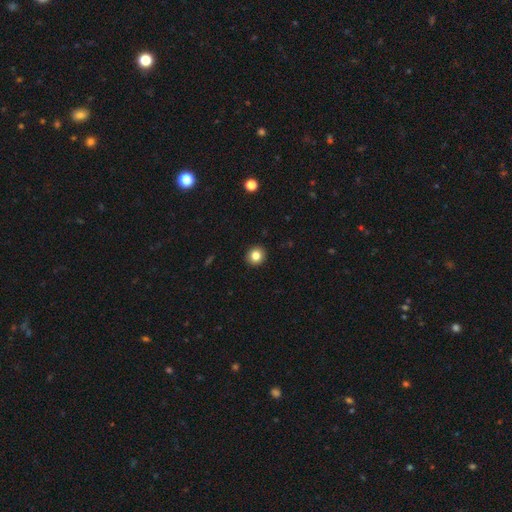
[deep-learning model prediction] Q: Smooth or featured?
A: smooth (83%); runner-up: star or artifact (11%)
Q: How rounded?
A: round (90%); runner-up: in between (9%)
Q: Merging?
A: none (93%); runner-up: minor disturbance (5%)